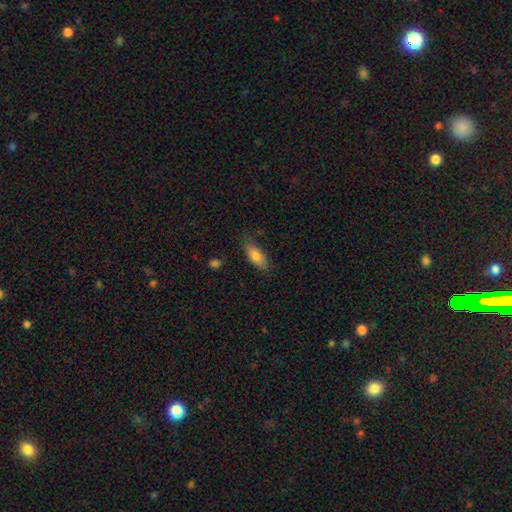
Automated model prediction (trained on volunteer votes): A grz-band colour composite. It shows a smooth galaxy with no disk features (80%) that is in between round and cigar-shaped (81%). Merging: none (78%).